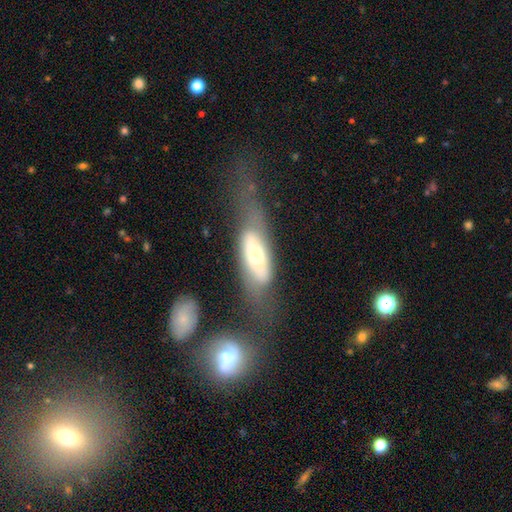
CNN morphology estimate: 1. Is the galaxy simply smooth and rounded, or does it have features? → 57% featured or disk, 36% smooth, 6% star or artifact.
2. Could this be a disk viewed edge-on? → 69% no, 31% yes.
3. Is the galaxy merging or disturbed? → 40% none, 30% major disturbance, 20% minor disturbance, 10% merger.